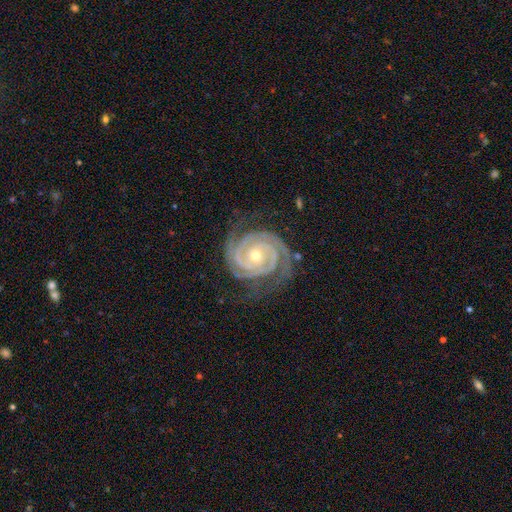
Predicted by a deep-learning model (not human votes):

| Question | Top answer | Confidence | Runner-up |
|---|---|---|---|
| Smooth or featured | featured or disk | 94% | star or artifact (4%) |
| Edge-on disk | no | 98% | yes (2%) |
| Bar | no | 69% | weak (19%) |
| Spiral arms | yes | 99% | no (1%) |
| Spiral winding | tight | 85% | medium (13%) |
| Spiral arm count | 2 | 55% | 3 (25%) |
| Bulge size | small | 52% | moderate (46%) |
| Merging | none | 77% | minor disturbance (16%) |